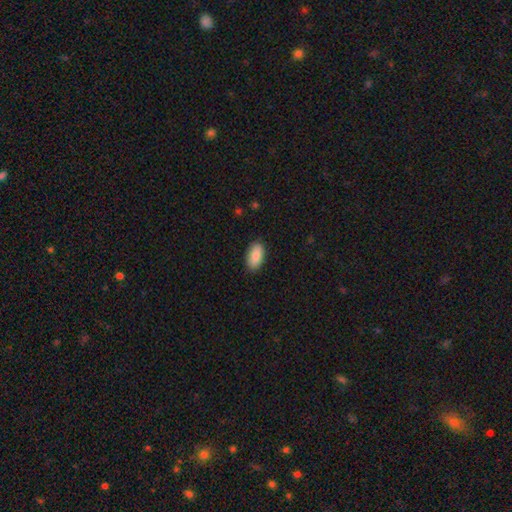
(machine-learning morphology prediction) type=smooth (87%); roundness=in between (93%); merging=none (88%).